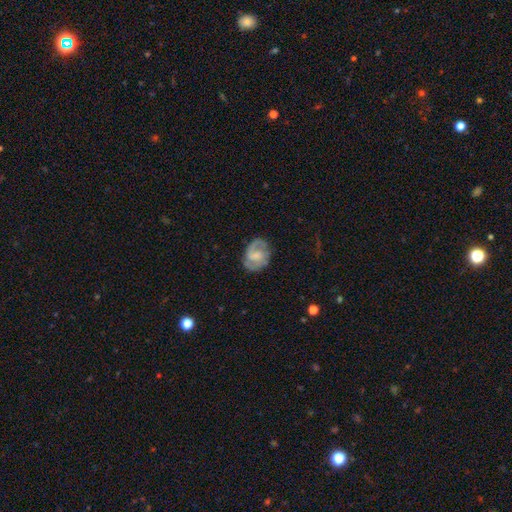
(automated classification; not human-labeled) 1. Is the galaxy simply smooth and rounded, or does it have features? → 69% featured or disk, 24% smooth, 7% star or artifact.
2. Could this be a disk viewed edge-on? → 98% no, 2% yes.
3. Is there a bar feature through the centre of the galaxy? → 46% weak, 41% no, 12% strong.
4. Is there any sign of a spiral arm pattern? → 88% yes, 12% no.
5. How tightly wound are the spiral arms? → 49% medium, 33% tight, 18% loose.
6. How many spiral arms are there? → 79% 2, 11% can't tell, 5% 1, 3% 3, 1% 4, 1% more than 4.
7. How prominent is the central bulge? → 32% none, 29% moderate, 28% small, 10% large, 2% dominant.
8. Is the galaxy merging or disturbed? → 73% none, 18% minor disturbance, 8% major disturbance, 1% merger.